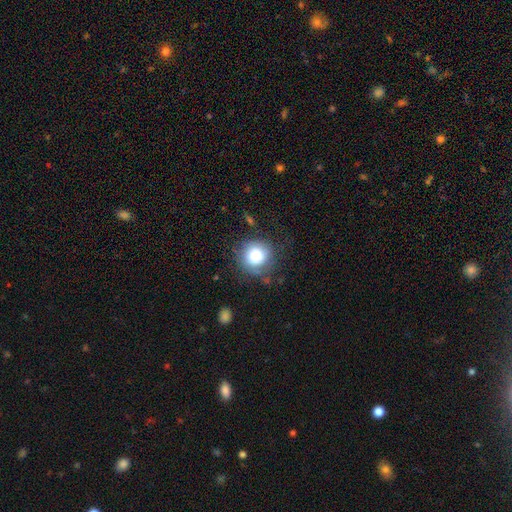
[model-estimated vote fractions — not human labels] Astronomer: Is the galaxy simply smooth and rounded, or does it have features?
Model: smooth — 80%.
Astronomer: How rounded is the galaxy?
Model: round — 91%.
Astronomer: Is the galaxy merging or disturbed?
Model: none — 72%.